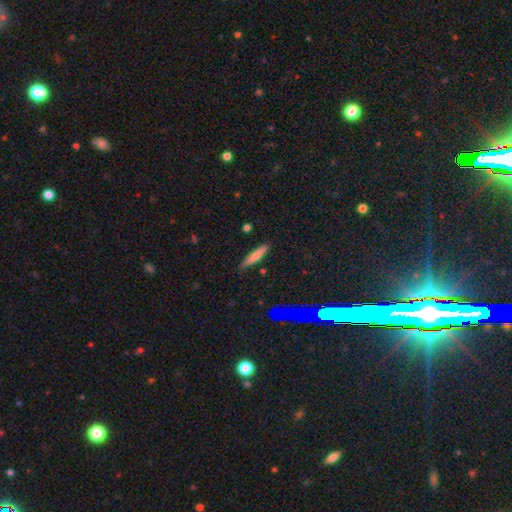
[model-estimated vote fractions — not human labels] This appears to be a smooth galaxy with no disk features (71%) that is cigar-shaped (82%). Merging: none (84%).